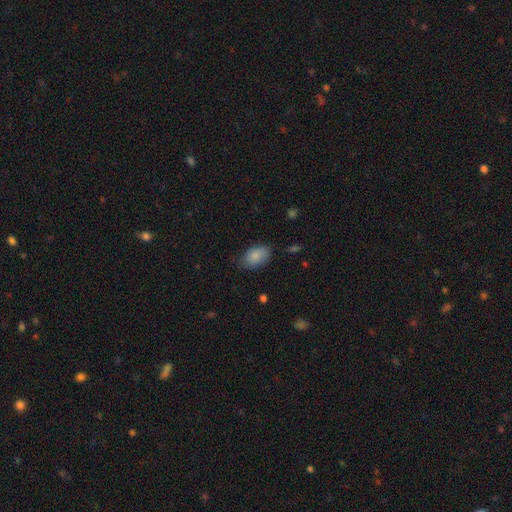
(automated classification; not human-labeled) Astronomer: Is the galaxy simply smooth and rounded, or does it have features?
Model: smooth — 85%.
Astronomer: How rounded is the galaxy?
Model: in between — 91%.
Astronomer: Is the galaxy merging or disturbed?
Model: none — 74%.